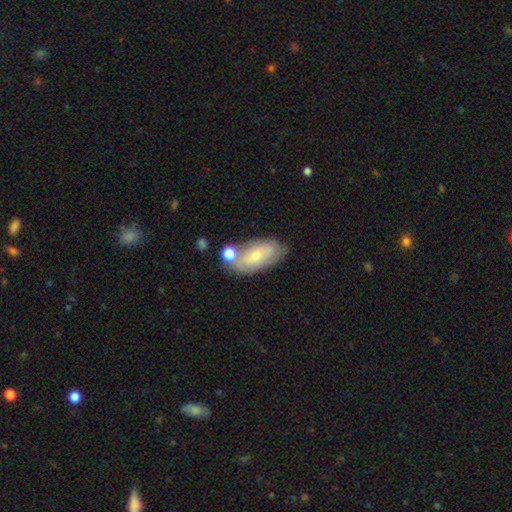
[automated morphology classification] This appears to be a smooth galaxy with no disk features (54%) that is in between round and cigar-shaped (90%). Merging: none (52%).